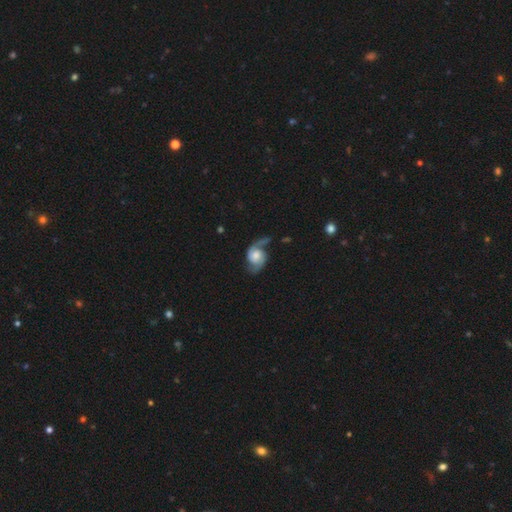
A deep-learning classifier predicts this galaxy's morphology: smooth_or_featured: featured or disk (p=0.83) [alt: smooth p=0.11]
disk_edge_on: no (p=0.97) [alt: yes p=0.03]
bar: no (p=0.66) [alt: weak p=0.28]
has_spiral_arms: yes (p=0.96) [alt: no p=0.04]
spiral_winding: loose (p=0.48) [alt: medium p=0.38]
spiral_arm_count: 2 (p=0.89) [alt: 1 p=0.05]
bulge_size: moderate (p=0.37) [alt: large p=0.29]
merging: none (p=0.58) [alt: minor disturbance p=0.22]